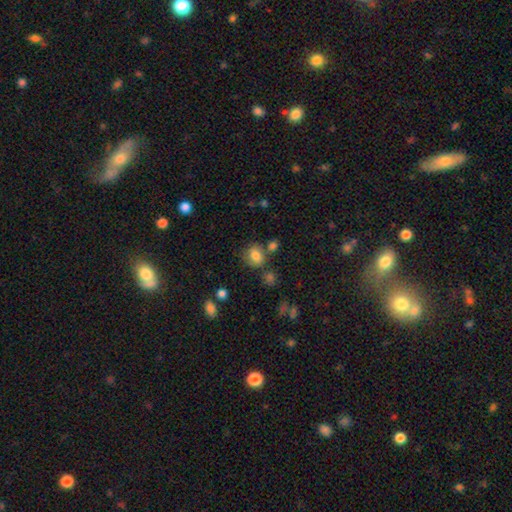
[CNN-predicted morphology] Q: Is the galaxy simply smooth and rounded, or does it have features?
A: smooth — 80%.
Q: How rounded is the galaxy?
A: round — 49%, tied with in between.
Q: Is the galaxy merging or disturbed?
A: none — 64%.